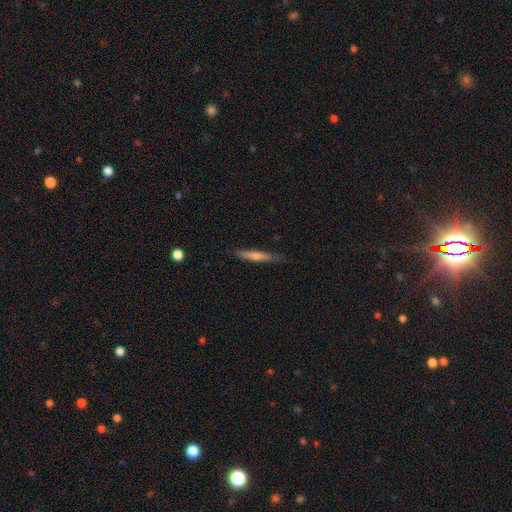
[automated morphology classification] Smooth or featured? featured or disk (55%)
Edge-on disk? yes (95%)
Edge-on bulge? rounded (62%)
Merging? none (85%)